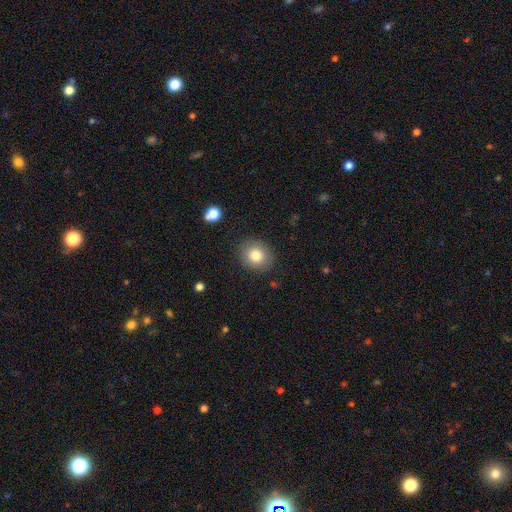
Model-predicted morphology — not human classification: The model was most divided on "how rounded": round: 77%, in between: 22%, cigar-shaped: 1%. More confident: merging — none (86%); smooth or featured — smooth (80%).